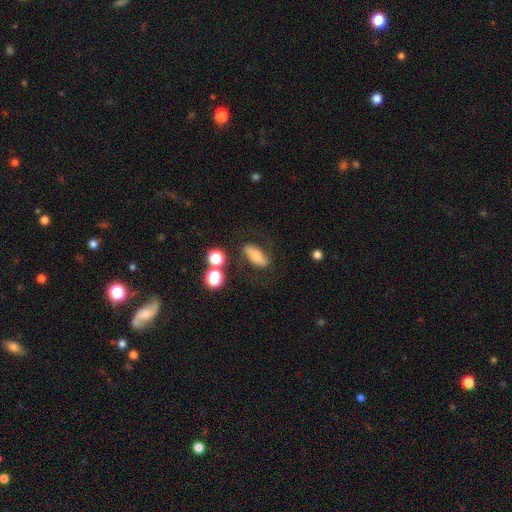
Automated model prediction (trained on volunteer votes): smooth_or_featured: smooth (p=0.58) [alt: featured or disk p=0.32]
how_rounded: in between (p=0.65) [alt: cigar-shaped p=0.29]
merging: none (p=0.74) [alt: minor disturbance p=0.14]